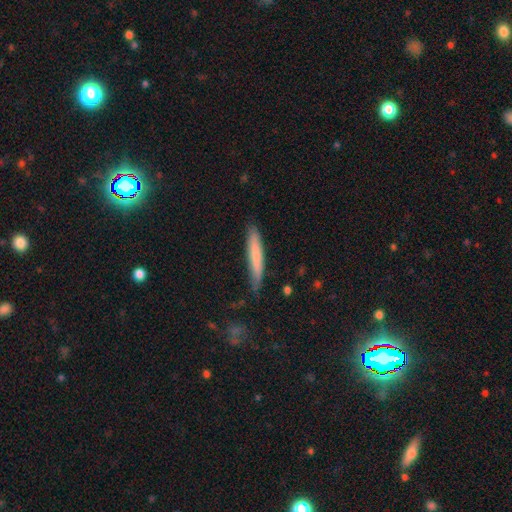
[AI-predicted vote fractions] This appears to be a smooth galaxy with no disk features (71%) that is cigar-shaped (94%). Merging: none (80%).